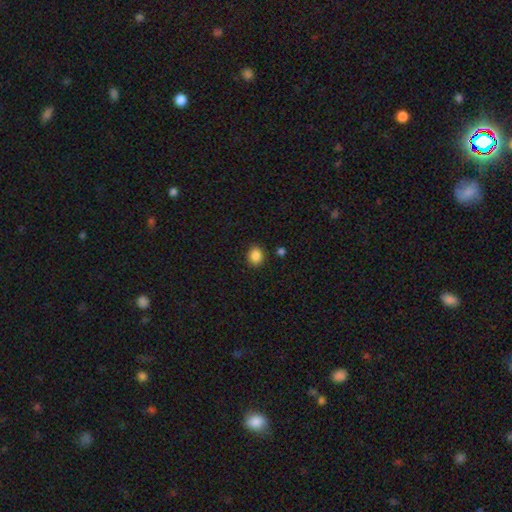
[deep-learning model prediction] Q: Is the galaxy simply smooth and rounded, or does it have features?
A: smooth — 87%.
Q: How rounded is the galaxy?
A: round — 66%.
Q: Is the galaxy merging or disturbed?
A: none — 87%.